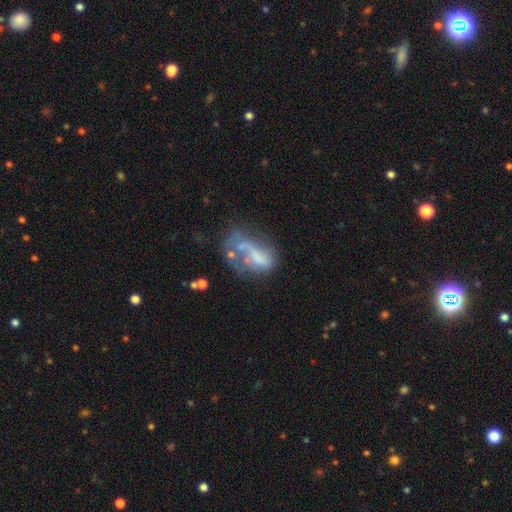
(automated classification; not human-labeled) Q: Smooth or featured?
A: featured or disk (50%); runner-up: smooth (38%)
Q: Edge-on disk?
A: no (96%); runner-up: yes (4%)
Q: Merging?
A: major disturbance (37%); runner-up: merger (23%)